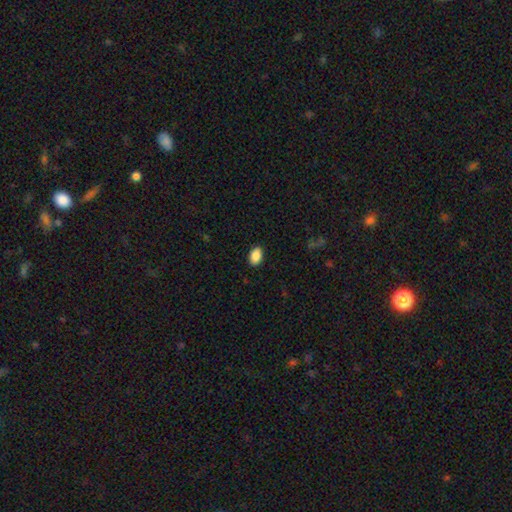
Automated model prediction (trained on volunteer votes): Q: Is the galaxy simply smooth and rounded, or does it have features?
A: smooth — 90%.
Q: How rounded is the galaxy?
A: in between — 92%.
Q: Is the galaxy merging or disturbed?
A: none — 88%.